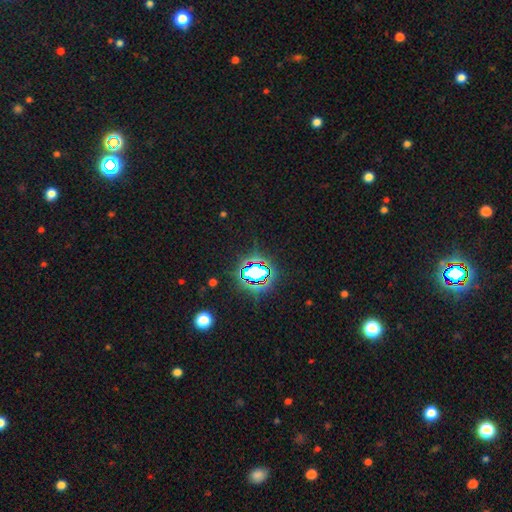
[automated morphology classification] star or artifact 78%, smooth 13%, featured or disk 8%.